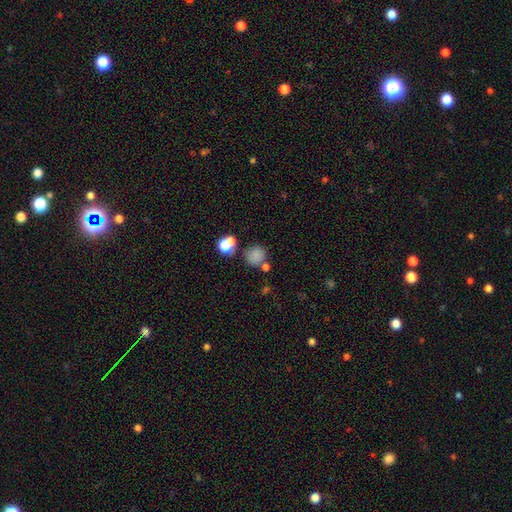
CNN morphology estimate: smooth-or-featured: smooth: 78% | star or artifact: 15% | featured or disk: 7%
  how-rounded: round: 86% | in between: 13% | cigar-shaped: 1%
  merging: none: 65% | merger: 18% | minor disturbance: 12% | major disturbance: 5%